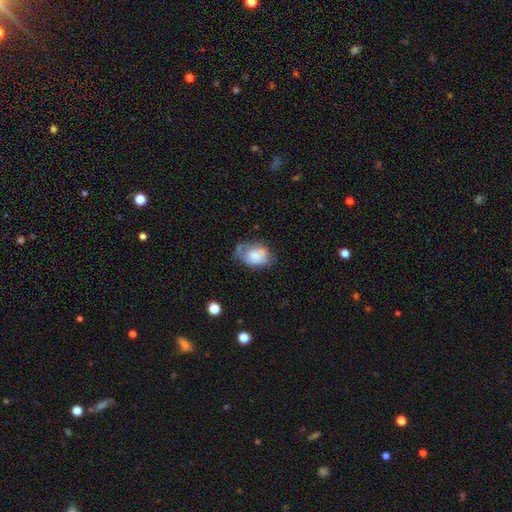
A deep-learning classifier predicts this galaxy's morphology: A smooth galaxy with no disk features (74%) that is in between round and cigar-shaped (82%). Merging: none (45%).